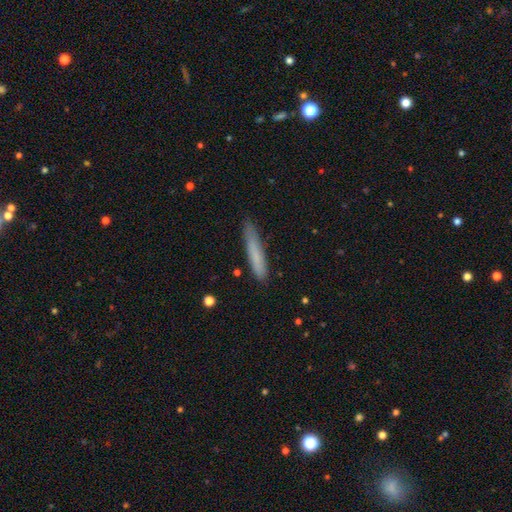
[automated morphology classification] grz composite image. It shows a smooth galaxy with no disk features (76%) that is cigar-shaped (93%). Merging: none (80%).